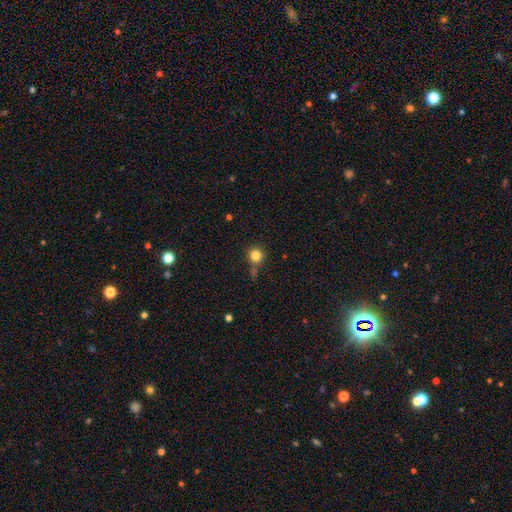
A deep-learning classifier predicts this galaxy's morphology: A smooth galaxy with no disk features (82%) that is round (93%).

Vote fractions:
- Smooth or featured? smooth: 82% / star or artifact: 12% / featured or disk: 6%
- How rounded? round: 93% / in between: 6% / cigar-shaped: 1%
- Merging? none: 67% / minor disturbance: 17% / merger: 10% / major disturbance: 6%